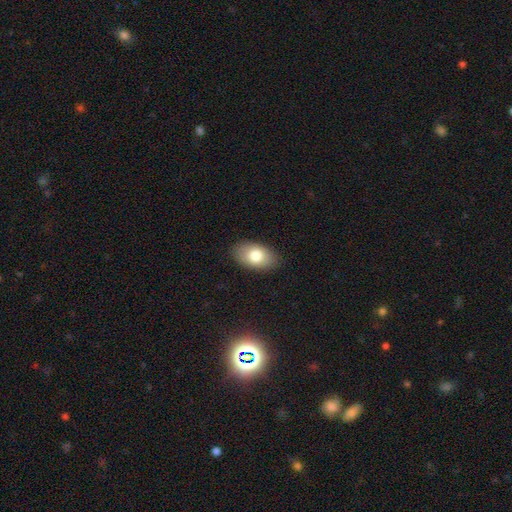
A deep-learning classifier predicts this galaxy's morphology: A smooth galaxy with no disk features (79%) that is in between round and cigar-shaped (92%). Merging: none (88%).